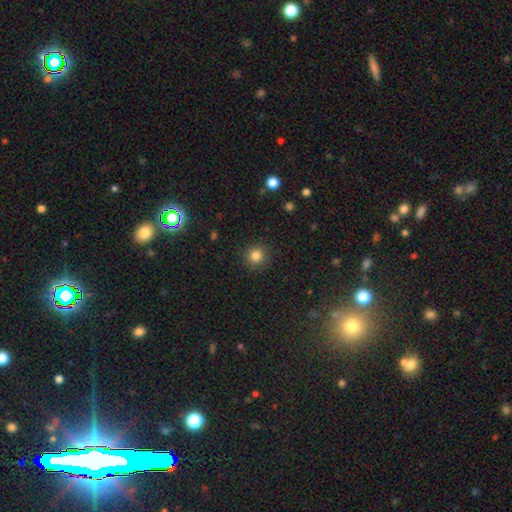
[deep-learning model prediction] Q: Smooth or featured?
A: smooth (81%); runner-up: star or artifact (13%)
Q: How rounded?
A: round (93%); runner-up: in between (6%)
Q: Merging?
A: none (89%); runner-up: minor disturbance (7%)